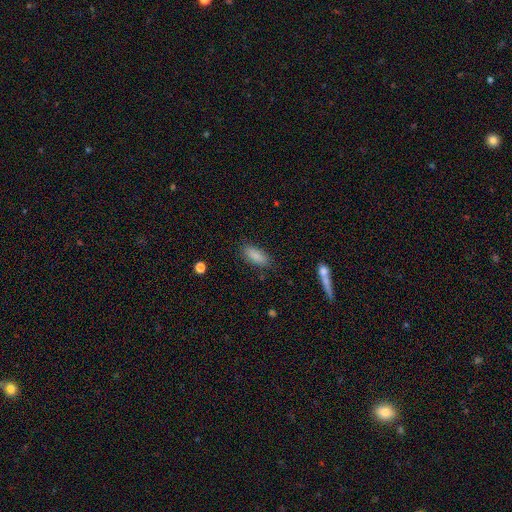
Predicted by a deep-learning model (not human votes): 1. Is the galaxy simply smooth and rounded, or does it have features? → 87% smooth, 7% star or artifact, 5% featured or disk.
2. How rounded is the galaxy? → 77% in between, 20% cigar-shaped, 2% round.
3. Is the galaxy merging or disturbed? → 84% none, 11% minor disturbance, 3% major disturbance, 2% merger.